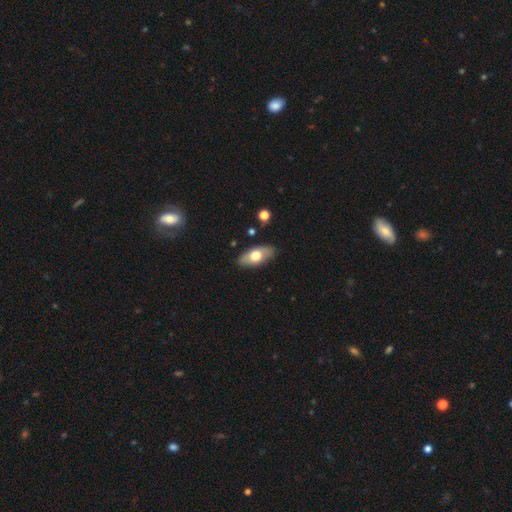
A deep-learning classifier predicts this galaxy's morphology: A smooth galaxy with no disk features (64%) that is in between round and cigar-shaped (88%).

Vote fractions:
- Smooth or featured? smooth: 64% / featured or disk: 29% / star or artifact: 6%
- How rounded? in between: 88% / cigar-shaped: 9% / round: 4%
- Merging? none: 85% / minor disturbance: 11% / major disturbance: 2% / merger: 2%